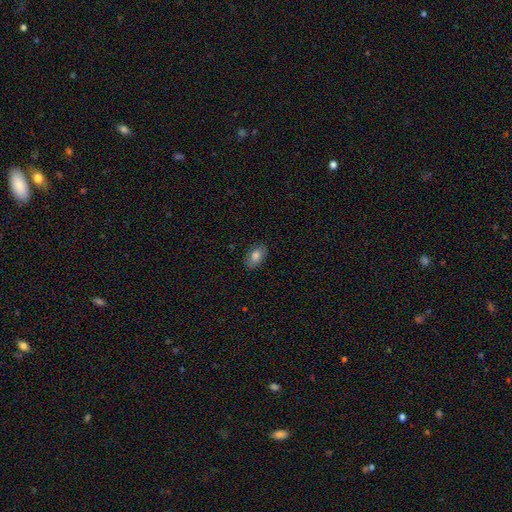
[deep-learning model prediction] This appears to be a smooth galaxy with no disk features (79%) that is in between round and cigar-shaped (89%). Merging: none (84%).